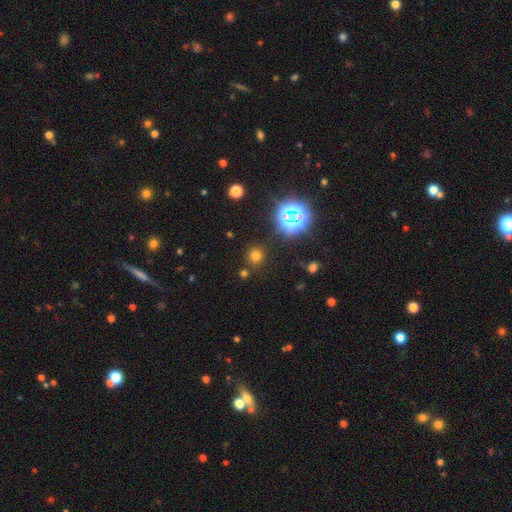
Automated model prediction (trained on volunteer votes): Morphology: type=smooth (65%); roundness=round (87%); merging=none (85%).